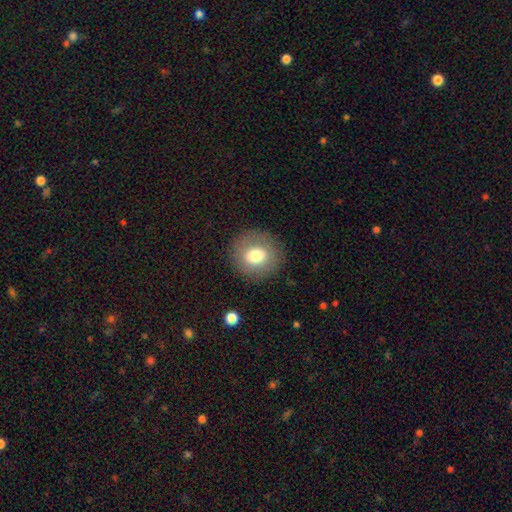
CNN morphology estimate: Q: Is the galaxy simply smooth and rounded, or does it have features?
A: smooth — 74%.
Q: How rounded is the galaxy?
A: round — 88%.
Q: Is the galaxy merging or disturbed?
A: none — 87%.